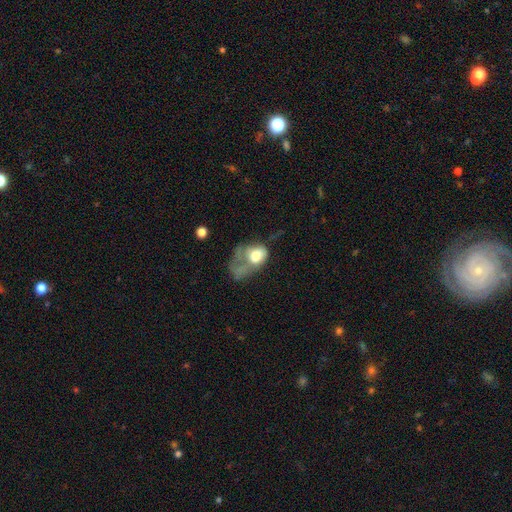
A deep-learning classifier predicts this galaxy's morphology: Smooth or featured: smooth — 60% (featured or disk — 31%)
How rounded: in between — 71% (round — 28%)
Merging: major disturbance — 60% (merger — 15%)